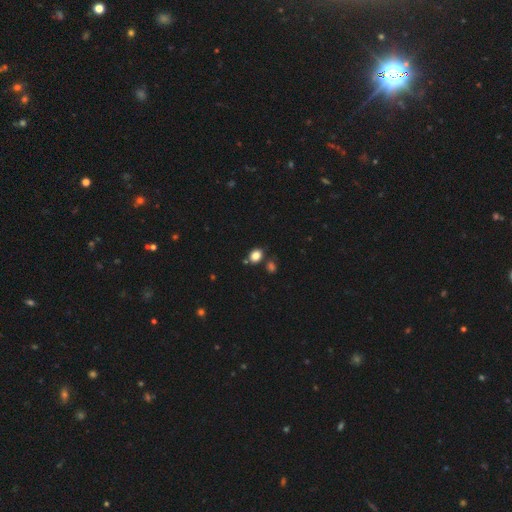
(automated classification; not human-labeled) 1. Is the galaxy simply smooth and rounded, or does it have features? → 84% smooth, 12% star or artifact, 5% featured or disk.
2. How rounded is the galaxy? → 57% in between, 42% round, 1% cigar-shaped.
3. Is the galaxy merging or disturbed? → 74% none, 12% minor disturbance, 10% merger, 3% major disturbance.